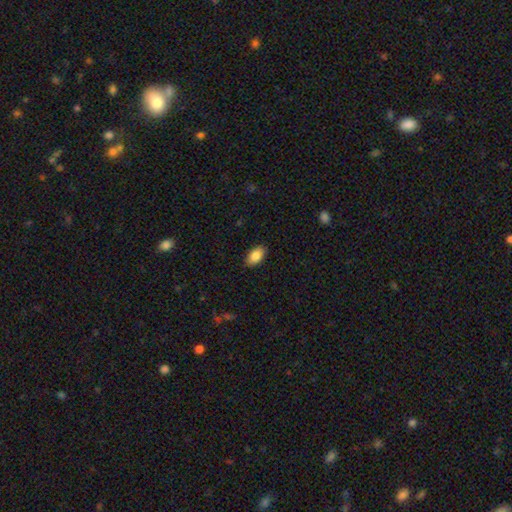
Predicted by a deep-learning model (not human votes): This is clearly a smooth galaxy (87%). How rounded: clearly in between (93%). Merging: clearly none (88%).